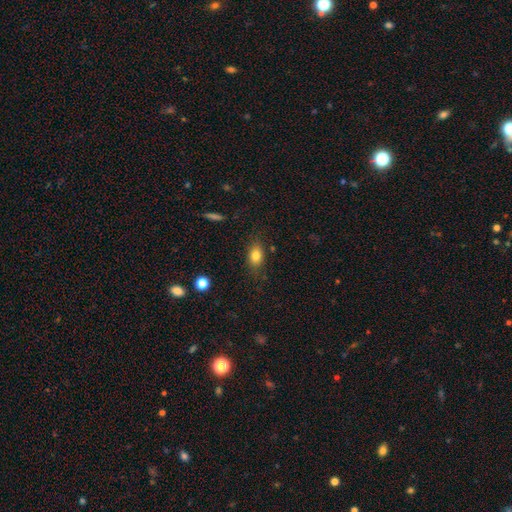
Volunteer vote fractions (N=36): Smooth or featured? smooth (89%)
How rounded? in between (72%)
Merging? none (71%)